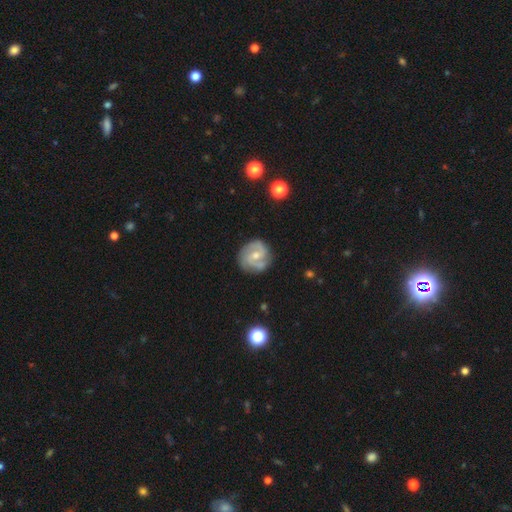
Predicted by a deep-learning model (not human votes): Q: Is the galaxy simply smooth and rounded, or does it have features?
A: featured or disk — 83%.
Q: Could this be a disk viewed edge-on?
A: no — 98%.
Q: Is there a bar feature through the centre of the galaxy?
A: no — 45%, tied with weak.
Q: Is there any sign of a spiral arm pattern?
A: yes — 96%.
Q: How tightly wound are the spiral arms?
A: medium — 47%.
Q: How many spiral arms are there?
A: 2 — 62%.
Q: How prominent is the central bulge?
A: moderate — 51%.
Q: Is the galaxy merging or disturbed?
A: none — 78%.